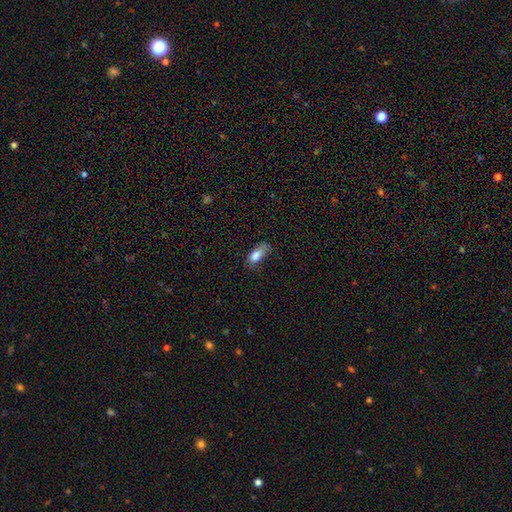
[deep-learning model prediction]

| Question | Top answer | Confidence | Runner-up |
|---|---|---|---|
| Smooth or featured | smooth | 81% | featured or disk (11%) |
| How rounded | in between | 86% | cigar-shaped (10%) |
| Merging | none | 47% | minor disturbance (34%) |